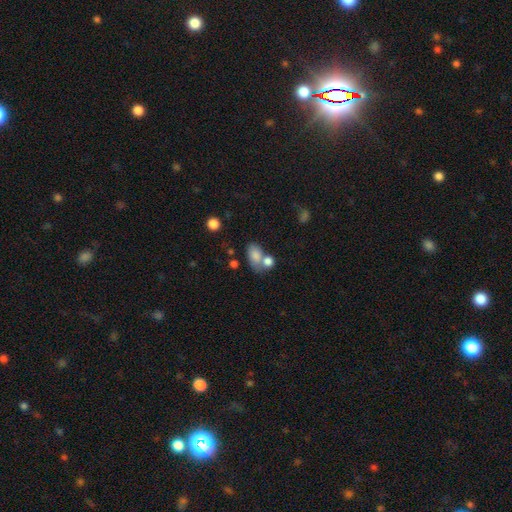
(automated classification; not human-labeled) Smooth or featured? Predicted: smooth (p=0.80). How rounded? Predicted: in between (p=0.83). Merging? Predicted: merger (p=0.40).